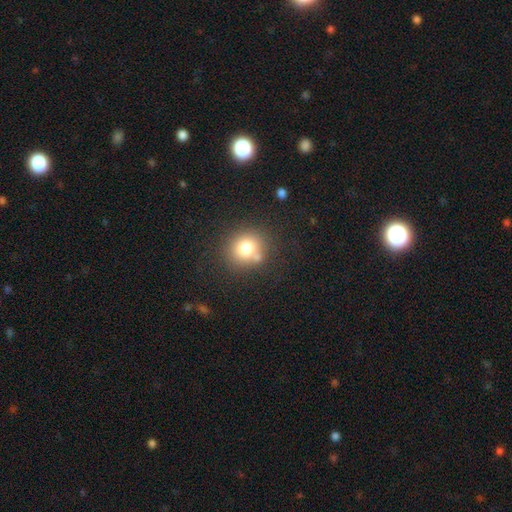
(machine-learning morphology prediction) A smooth galaxy with no disk features (76%) that is round (82%). Merging: none (71%).